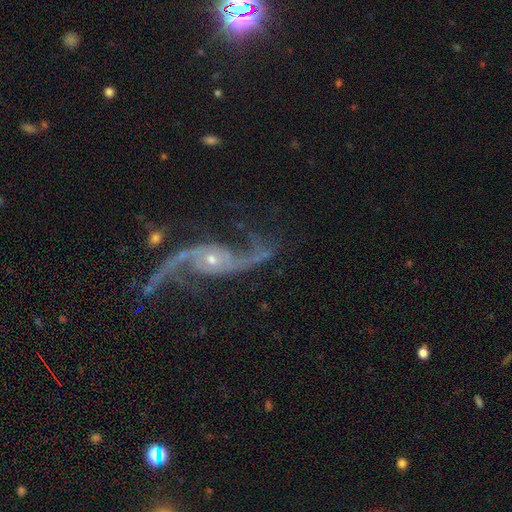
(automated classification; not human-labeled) A featured or disk galaxy (90%) with no bar (66%), 2 (93%) loose (78%) spiral arms (97%) and a small central bulge (61%).

Vote fractions:
- Smooth or featured? featured or disk: 90% / star or artifact: 6% / smooth: 4%
- Edge-on disk? no: 96% / yes: 4%
- Bar? no: 66% / weak: 24% / strong: 10%
- Spiral arms? yes: 97% / no: 3%
- Spiral winding? loose: 78% / medium: 17% / tight: 5%
- Spiral arm count? 2: 93% / 1: 2% / can't tell: 2% / 3: 1% / 4: 1% / more than 4: 1%
- Bulge size? small: 61% / moderate: 34% / large: 2% / none: 2% / dominant: 1%
- Merging? none: 63% / minor disturbance: 16% / major disturbance: 15% / merger: 5%